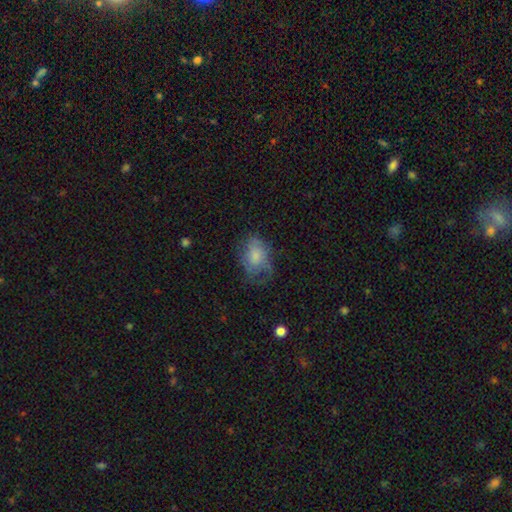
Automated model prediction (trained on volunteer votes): Smooth or featured: smooth — 65% (featured or disk — 26%)
How rounded: in between — 78% (round — 21%)
Merging: none — 42% (minor disturbance — 31%)